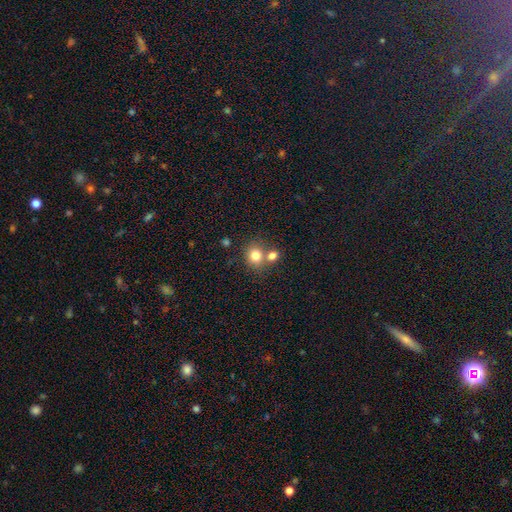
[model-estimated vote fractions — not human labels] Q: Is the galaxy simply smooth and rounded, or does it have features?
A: smooth — 80%.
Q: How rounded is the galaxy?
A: round — 75%.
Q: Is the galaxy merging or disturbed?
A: none — 51%.